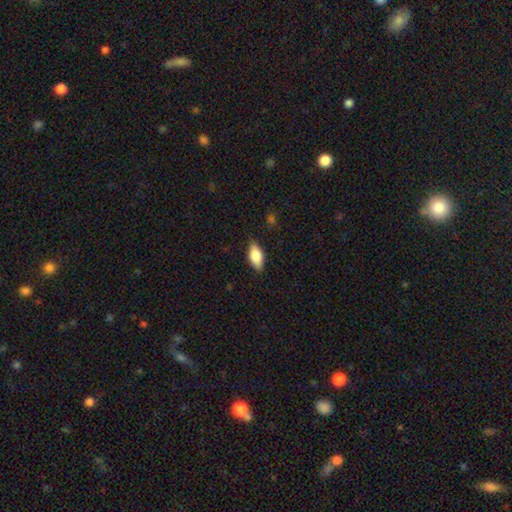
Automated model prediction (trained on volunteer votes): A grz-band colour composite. It shows a smooth galaxy with no disk features (72%) that is in between round and cigar-shaped (84%). Merging: none (86%).